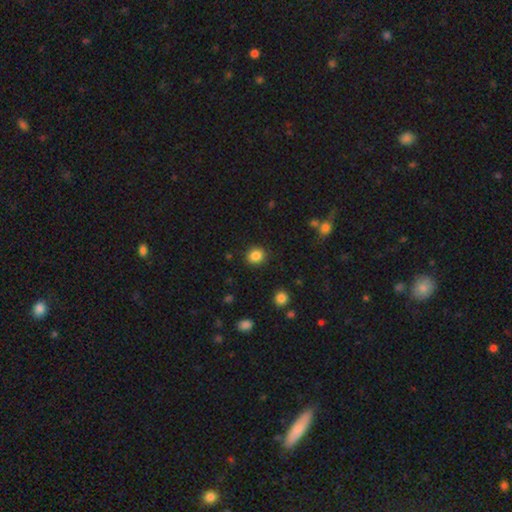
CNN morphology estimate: The model was most divided on "how rounded": round: 79%, in between: 20%, cigar-shaped: 1%. More confident: merging — none (89%); smooth or featured — smooth (86%).